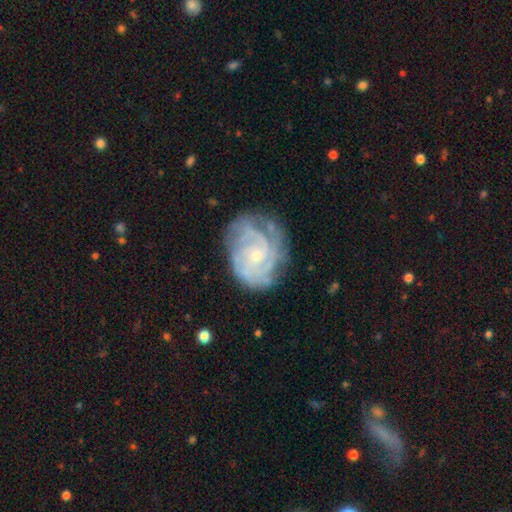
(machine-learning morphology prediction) Q: Smooth or featured?
A: featured or disk (85%); runner-up: smooth (9%)
Q: Edge-on disk?
A: no (98%); runner-up: yes (2%)
Q: Bar?
A: no (70%); runner-up: weak (25%)
Q: Spiral arms?
A: yes (95%); runner-up: no (5%)
Q: Spiral winding?
A: tight (67%); runner-up: medium (27%)
Q: Spiral arm count?
A: can't tell (33%); runner-up: 3 (22%)
Q: Bulge size?
A: small (73%); runner-up: moderate (23%)
Q: Merging?
A: none (67%); runner-up: minor disturbance (22%)